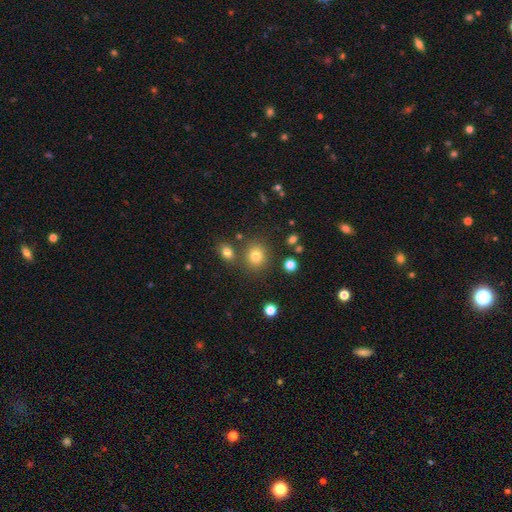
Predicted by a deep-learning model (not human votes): smooth-or-featured: smooth: 80% | star or artifact: 14% | featured or disk: 6%
  how-rounded: round: 80% | in between: 19% | cigar-shaped: 1%
  merging: none: 77% | merger: 10% | minor disturbance: 9% | major disturbance: 3%